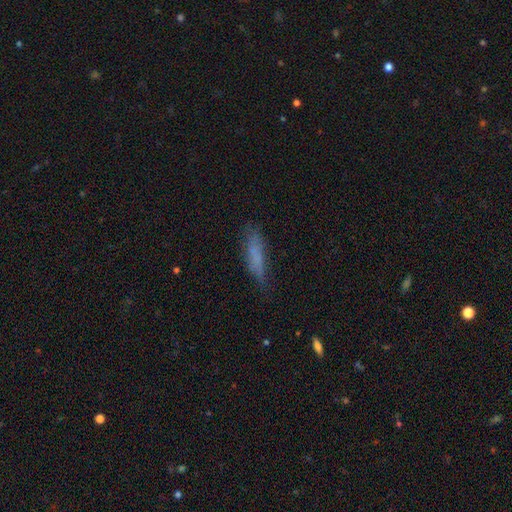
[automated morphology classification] smooth-or-featured: smooth: 69% | featured or disk: 21% | star or artifact: 10%
  how-rounded: cigar-shaped: 76% | in between: 23% | round: 2%
  merging: none: 66% | minor disturbance: 24% | major disturbance: 8% | merger: 2%